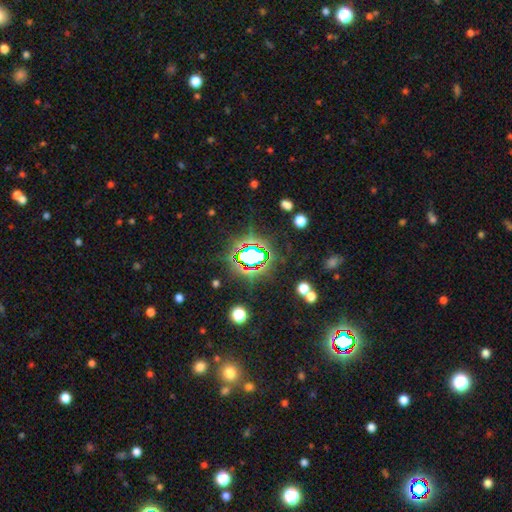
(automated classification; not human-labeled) Q: Smooth or featured?
A: star or artifact (78%); runner-up: smooth (13%)